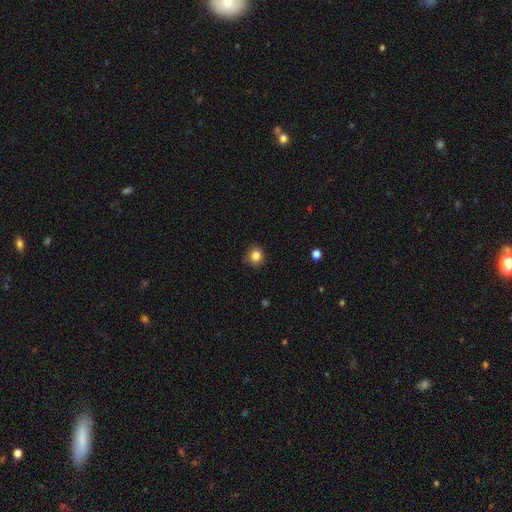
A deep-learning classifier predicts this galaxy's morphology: A smooth galaxy with no disk features (83%) that is round (86%). Merging: none (81%).